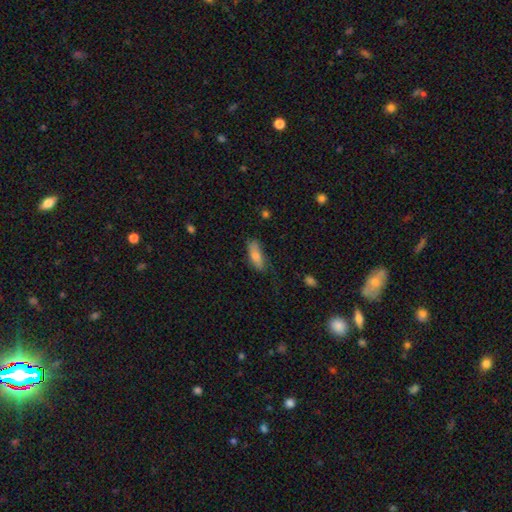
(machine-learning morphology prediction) Smooth or featured? smooth (79%)
How rounded? in between (68%)
Merging? none (66%)